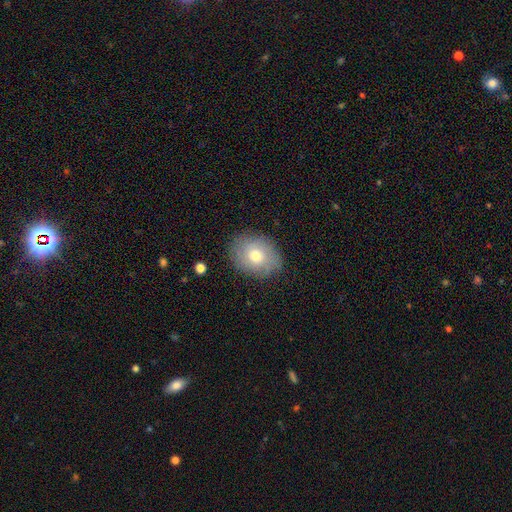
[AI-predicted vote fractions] Q: Smooth or featured?
A: smooth (60%); runner-up: featured or disk (31%)
Q: How rounded?
A: in between (56%); runner-up: round (43%)
Q: Merging?
A: none (80%); runner-up: minor disturbance (15%)